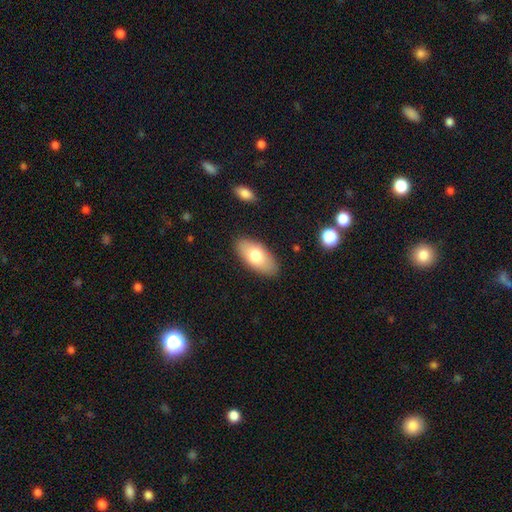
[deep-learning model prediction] Smooth or featured?
  - smooth: 73% *
  - featured or disk: 21%
  - star or artifact: 6%
How rounded?
  - in between: 92% *
  - cigar-shaped: 6%
  - round: 3%
Merging?
  - none: 87% *
  - minor disturbance: 9%
  - major disturbance: 2%
  - merger: 1%